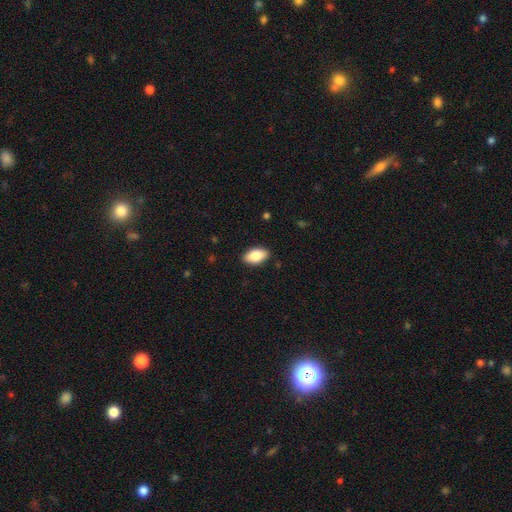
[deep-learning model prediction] Smooth or featured? Predicted: smooth (p=0.84). How rounded? Predicted: in between (p=0.93). Merging? Predicted: none (p=0.89).